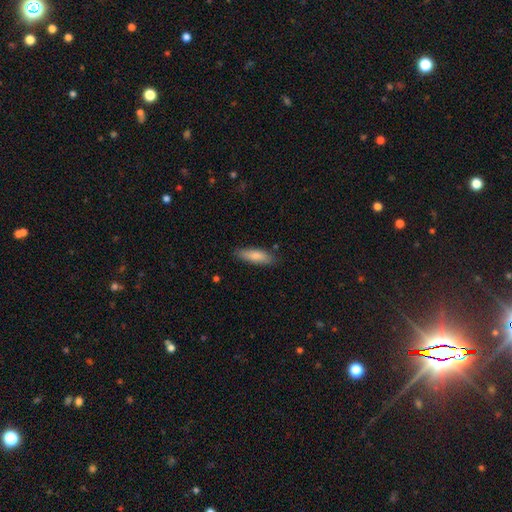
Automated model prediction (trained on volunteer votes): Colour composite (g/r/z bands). It shows a smooth galaxy with no disk features (82%) that is in between round and cigar-shaped (51%). Merging: none (84%).